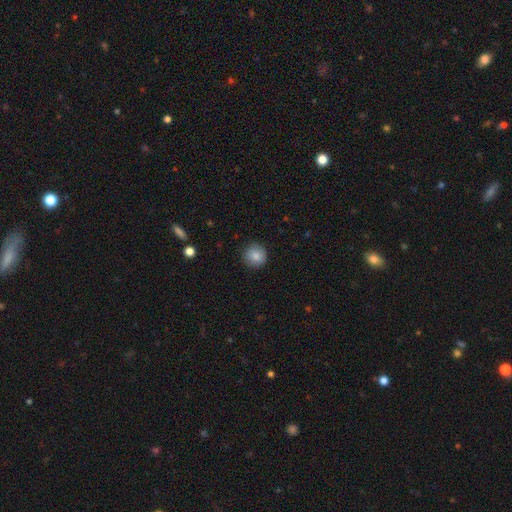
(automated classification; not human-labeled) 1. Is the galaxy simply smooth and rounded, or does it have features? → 84% smooth, 9% star or artifact, 7% featured or disk.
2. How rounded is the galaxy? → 94% round, 5% in between, 1% cigar-shaped.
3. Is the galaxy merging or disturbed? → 89% none, 8% minor disturbance, 2% major disturbance, 1% merger.